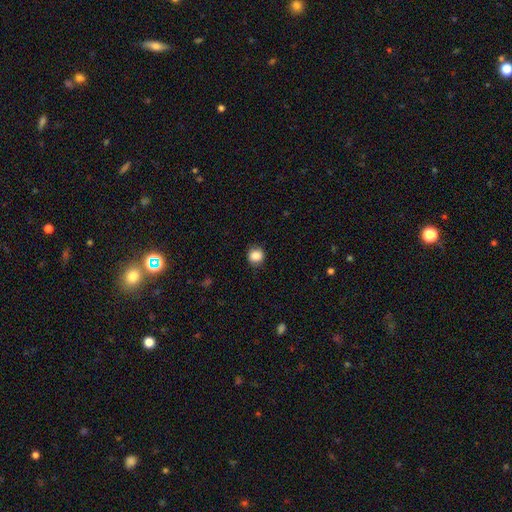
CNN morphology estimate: smooth-or-featured: smooth: 87% | star or artifact: 9% | featured or disk: 3%
  how-rounded: round: 87% | in between: 12% | cigar-shaped: 1%
  merging: none: 87% | minor disturbance: 9% | major disturbance: 3% | merger: 1%